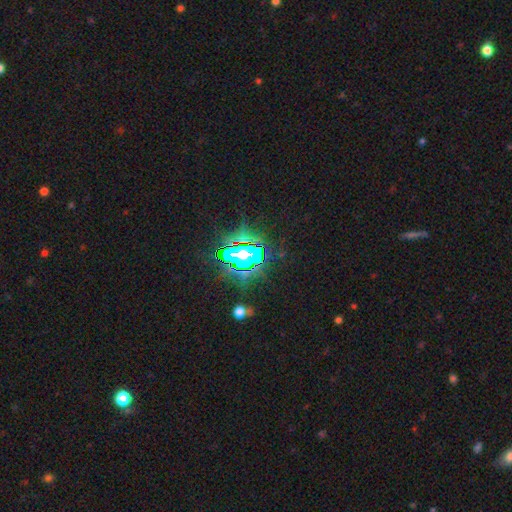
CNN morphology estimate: Smooth or featured? Predicted: star or artifact (p=0.78).